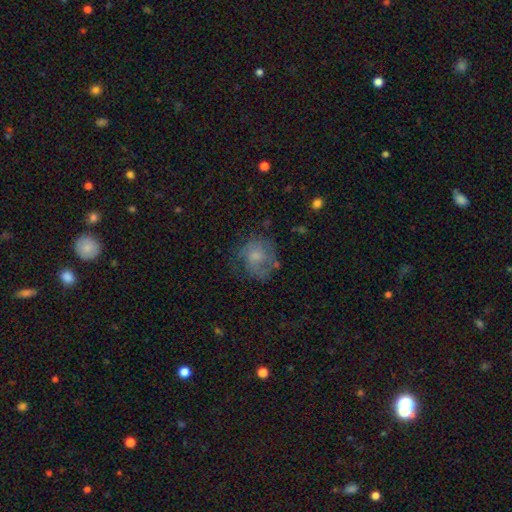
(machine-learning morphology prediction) Q: Smooth or featured?
A: smooth (48%); runner-up: featured or disk (42%)
Q: Merging?
A: none (51%); runner-up: minor disturbance (24%)